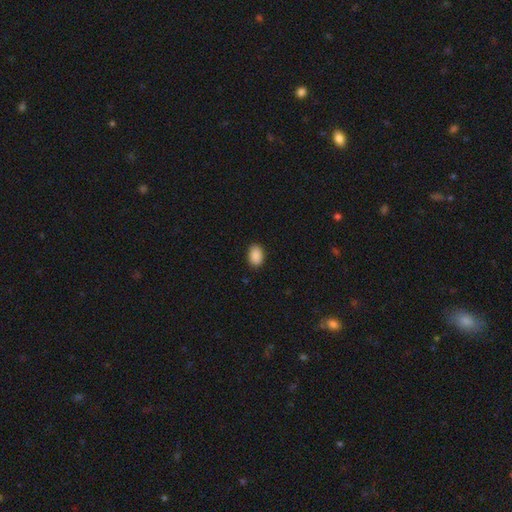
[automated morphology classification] smooth_or_featured: smooth (p=0.90) [alt: star or artifact p=0.08]
how_rounded: in between (p=0.86) [alt: round p=0.13]
merging: none (p=0.89) [alt: minor disturbance p=0.08]